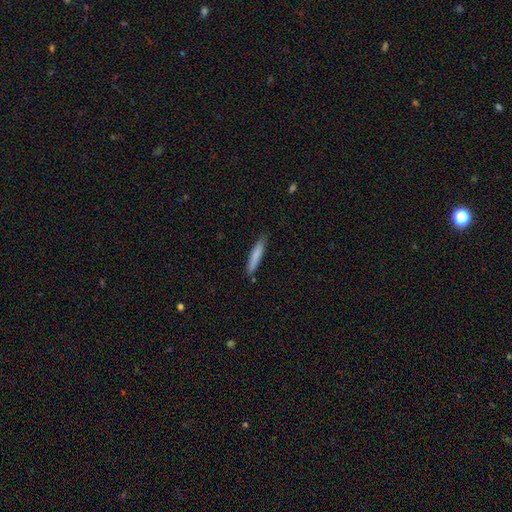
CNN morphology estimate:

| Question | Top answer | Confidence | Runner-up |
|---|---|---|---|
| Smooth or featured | smooth | 79% | featured or disk (15%) |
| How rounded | cigar-shaped | 92% | in between (7%) |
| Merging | none | 85% | minor disturbance (11%) |